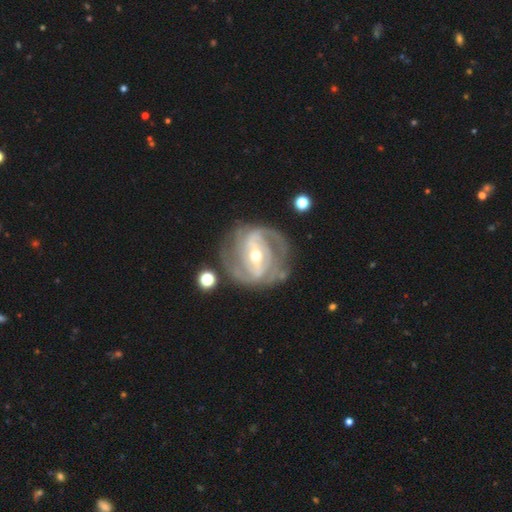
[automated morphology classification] featured or disk 90%, smooth 6%, star or artifact 5%. Down the decision tree: edge-on disk — no (97%); bar — strong (47%); spiral arms — yes (95%); spiral arm count — 2 (49%); spiral winding — tight (48%); bulge size — moderate (52%); merging — none (71%).